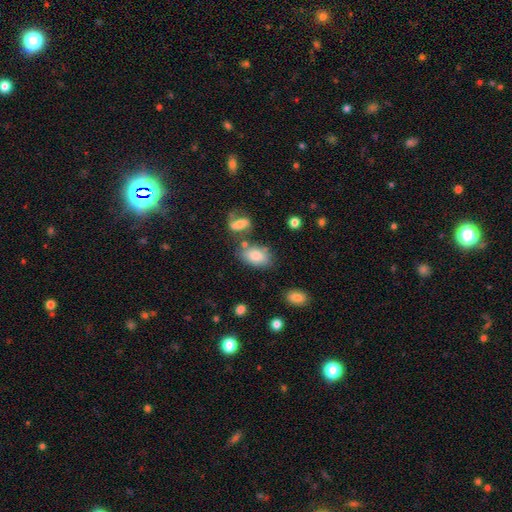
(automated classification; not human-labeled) Smooth or featured? smooth (79%)
How rounded? in between (88%)
Merging? none (61%)